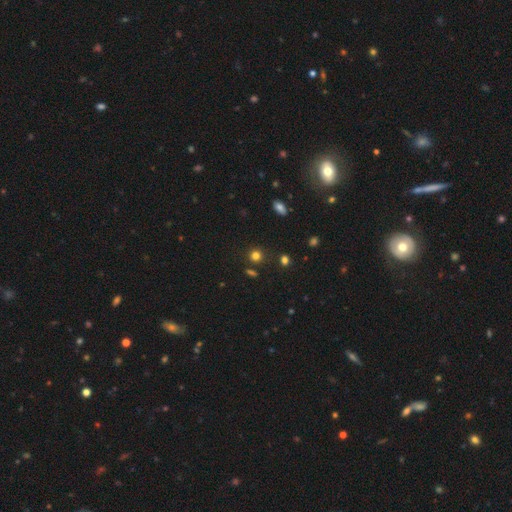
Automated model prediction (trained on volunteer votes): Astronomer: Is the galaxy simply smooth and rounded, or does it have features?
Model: smooth — 77%.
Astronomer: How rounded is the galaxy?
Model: round — 88%.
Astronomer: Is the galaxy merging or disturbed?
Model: none — 84%.